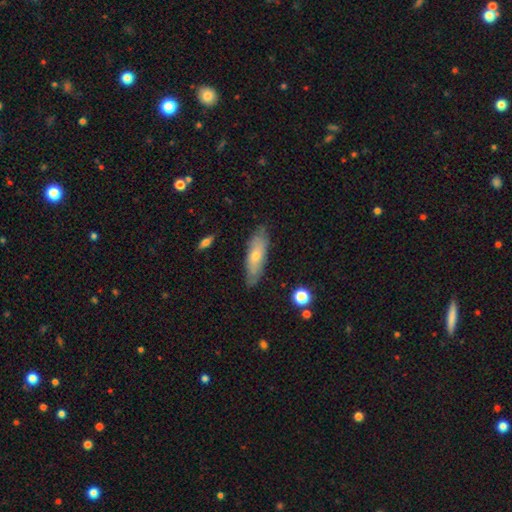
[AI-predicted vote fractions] This appears to be a smooth galaxy with no disk features (58%) that is cigar-shaped (49%, tied with in between). Merging: none (78%).